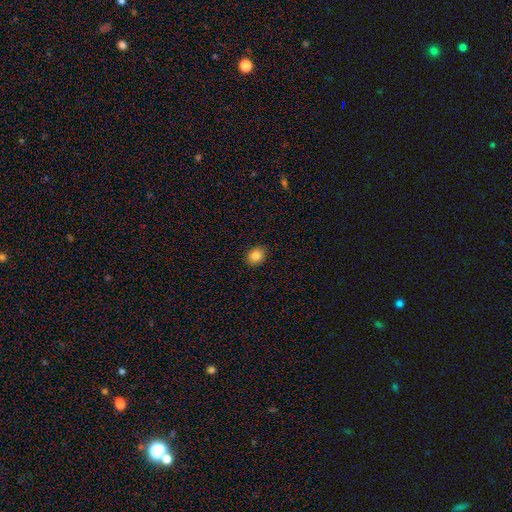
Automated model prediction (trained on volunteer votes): Smooth or featured? Predicted: smooth (p=0.85). How rounded? Predicted: round (p=0.53). Merging? Predicted: none (p=0.90).